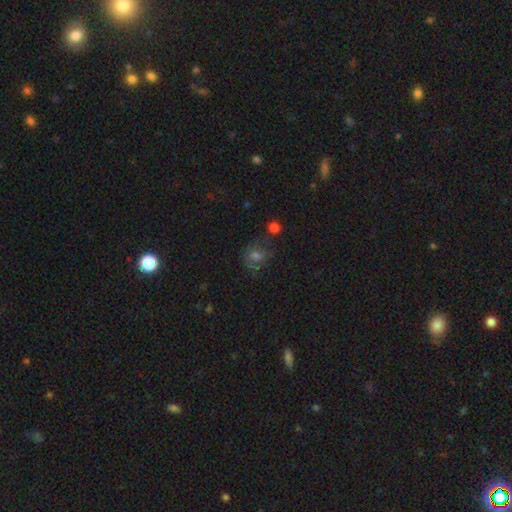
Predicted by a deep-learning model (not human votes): Q: Smooth or featured?
A: smooth (49%); runner-up: star or artifact (27%)
Q: Merging?
A: none (57%); runner-up: minor disturbance (22%)